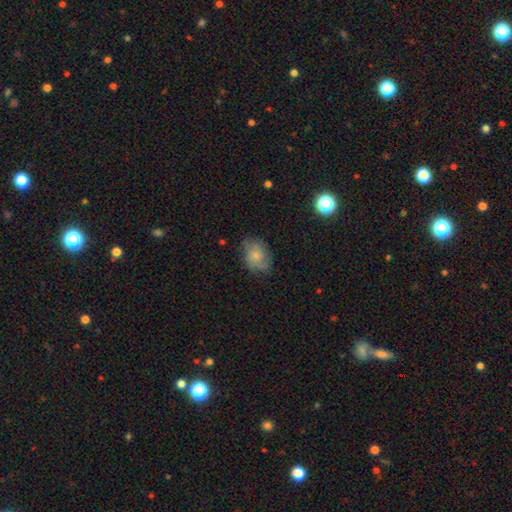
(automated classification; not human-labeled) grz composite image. It shows a smooth galaxy with no disk features (58%) that is in between round and cigar-shaped (64%). Merging: none (65%).